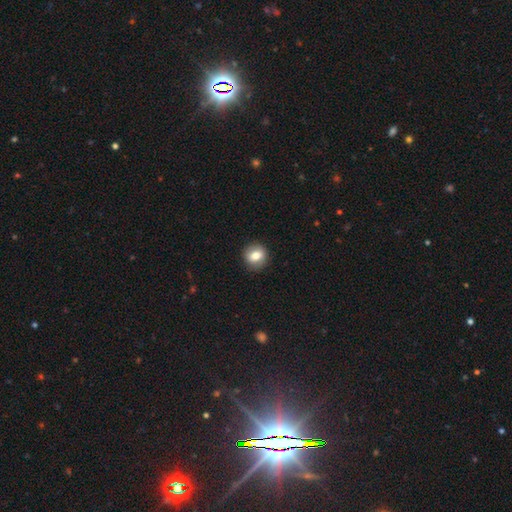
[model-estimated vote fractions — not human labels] Morphology: type=smooth (76%); roundness=round (80%); merging=none (89%).